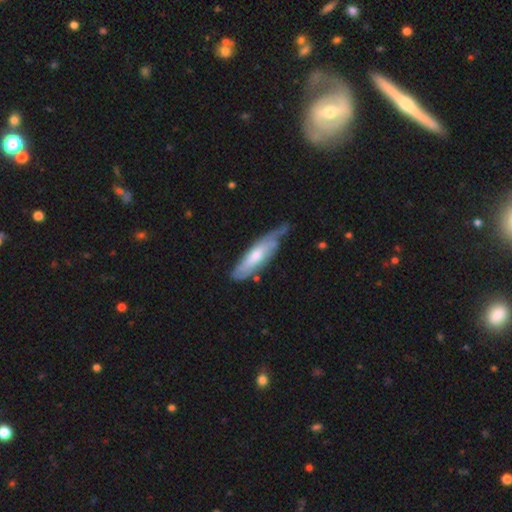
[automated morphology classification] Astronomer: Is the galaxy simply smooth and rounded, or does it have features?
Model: featured or disk — 51% (runner-up: smooth, 44%).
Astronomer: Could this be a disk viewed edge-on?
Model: no — 59% (runner-up: yes, 41%).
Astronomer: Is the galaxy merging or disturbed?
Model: none — 47% (runner-up: minor disturbance, 38%).